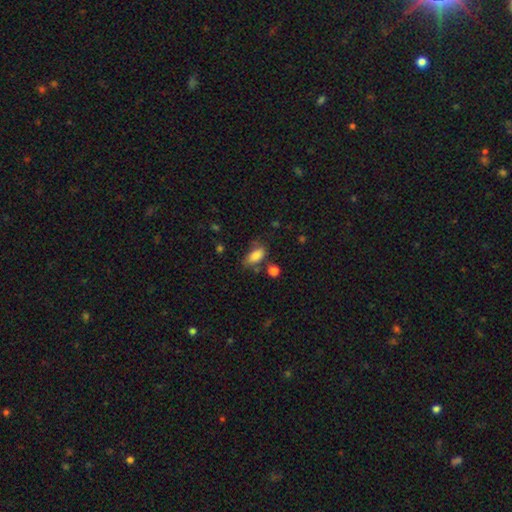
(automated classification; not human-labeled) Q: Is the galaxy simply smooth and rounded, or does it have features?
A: smooth — 83%.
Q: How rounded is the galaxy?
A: in between — 88%.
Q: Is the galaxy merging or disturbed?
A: none — 60%.